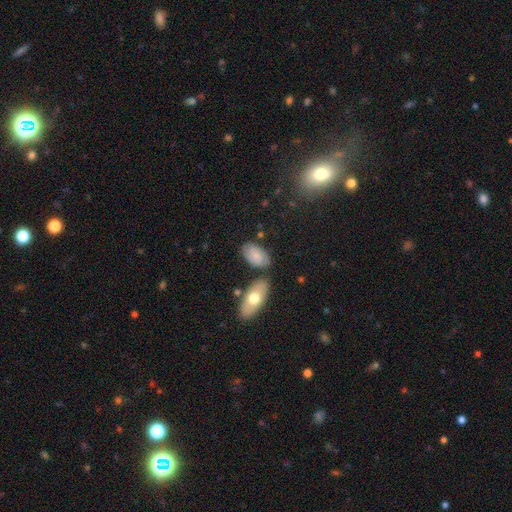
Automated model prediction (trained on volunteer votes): Smooth or featured? Predicted: smooth (p=0.57). How rounded? Predicted: in between (p=0.93). Merging? Predicted: none (p=0.69).